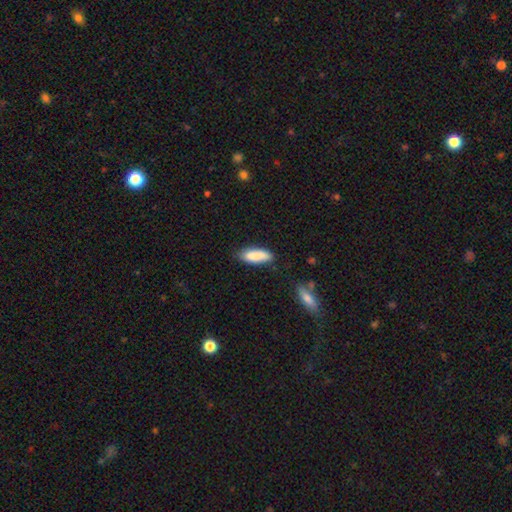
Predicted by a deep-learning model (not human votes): smooth-or-featured: smooth: 85% | featured or disk: 8% | star or artifact: 6%
  how-rounded: in between: 65% | cigar-shaped: 33% | round: 2%
  merging: none: 75% | minor disturbance: 18% | major disturbance: 3% | merger: 3%